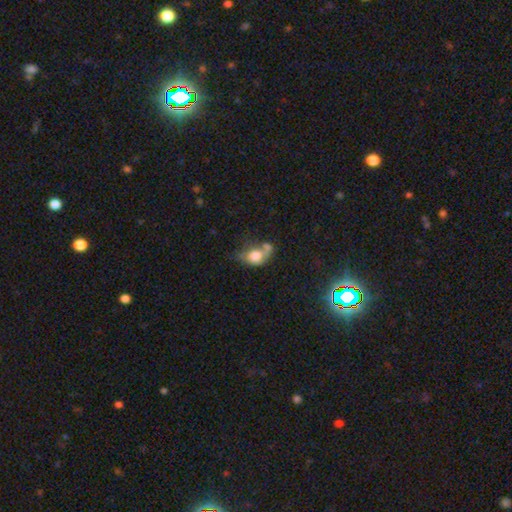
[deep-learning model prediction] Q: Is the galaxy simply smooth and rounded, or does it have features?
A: smooth — 70%.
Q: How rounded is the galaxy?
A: in between — 64%.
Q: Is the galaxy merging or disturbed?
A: merger — 43%.